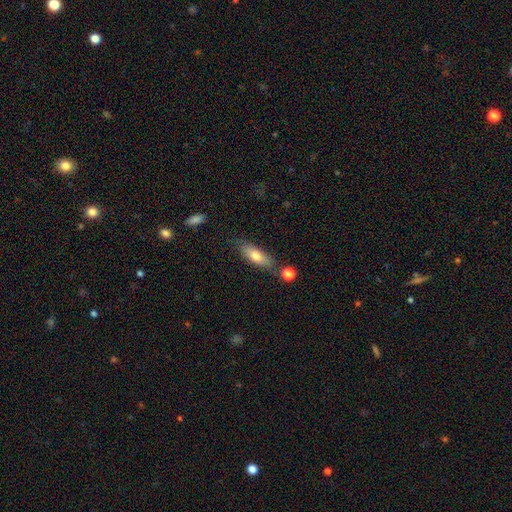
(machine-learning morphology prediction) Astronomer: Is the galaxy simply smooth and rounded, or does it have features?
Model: smooth — 72%.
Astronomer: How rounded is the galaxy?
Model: in between — 61% (runner-up: cigar-shaped, 36%).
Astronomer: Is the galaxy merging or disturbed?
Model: none — 68%.